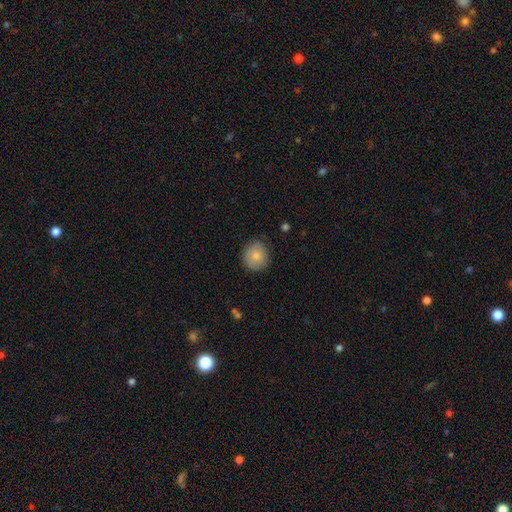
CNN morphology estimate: Smooth or featured? Predicted: smooth (p=0.80). How rounded? Predicted: round (p=0.86). Merging? Predicted: none (p=0.82).